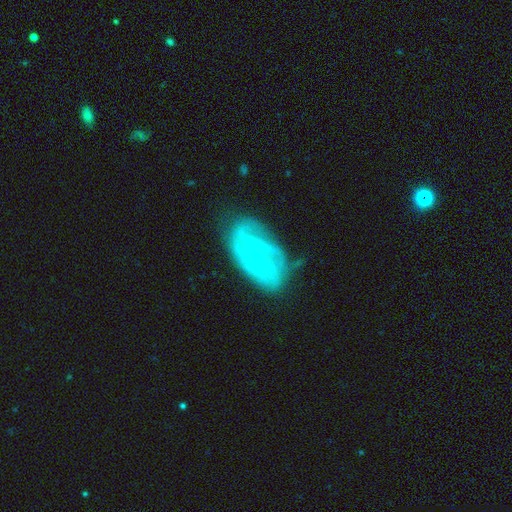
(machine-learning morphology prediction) Smooth or featured? featured or disk (83%)
Edge-on disk? no (96%)
Bar? no (54%)
Spiral arms? yes (94%)
Spiral winding? tight (55%)
Spiral arm count? 2 (33%)
Bulge size? small (83%)
Merging? none (67%)